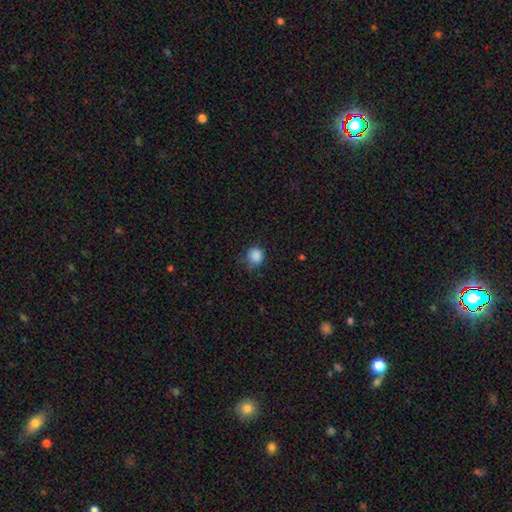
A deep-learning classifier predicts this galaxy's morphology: smooth 86%, star or artifact 10%, featured or disk 3%. Down the decision tree: how rounded — round (85%); merging — none (70%).